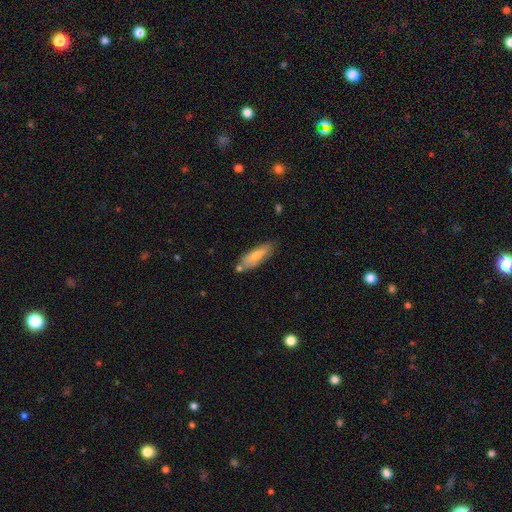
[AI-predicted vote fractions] Q: Smooth or featured?
A: smooth (60%); runner-up: featured or disk (33%)
Q: How rounded?
A: cigar-shaped (51%); runner-up: in between (47%)
Q: Merging?
A: none (72%); runner-up: minor disturbance (18%)